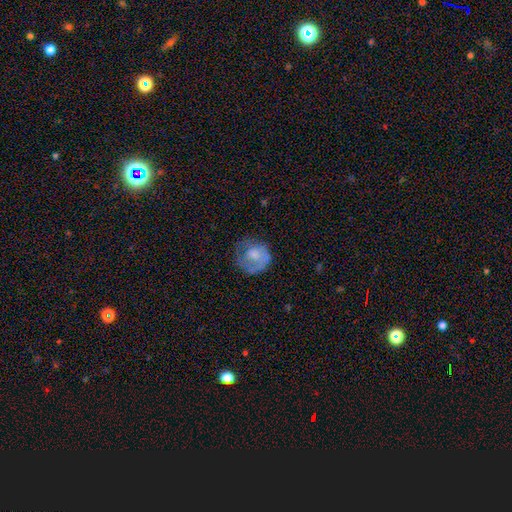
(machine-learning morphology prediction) Overall: smooth (57%; featured or disk 36%). How rounded: round (82%). Merging: none (50%; major disturbance 24%).